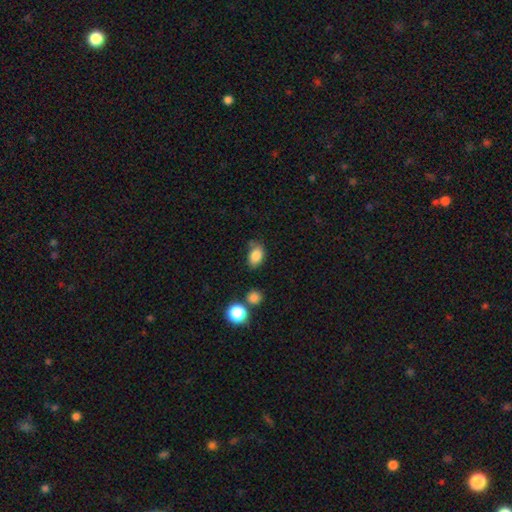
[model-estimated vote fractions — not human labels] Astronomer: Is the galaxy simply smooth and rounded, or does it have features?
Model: smooth — 85%.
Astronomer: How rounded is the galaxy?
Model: in between — 84%.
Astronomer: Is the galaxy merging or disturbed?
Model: none — 63%.